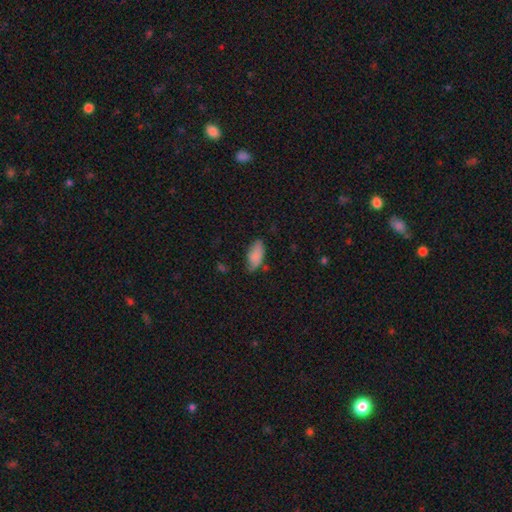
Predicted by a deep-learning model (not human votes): A smooth galaxy with no disk features (85%) that is in between round and cigar-shaped (90%).

Vote fractions:
- Smooth or featured? smooth: 85% / featured or disk: 8% / star or artifact: 7%
- How rounded? in between: 90% / cigar-shaped: 7% / round: 2%
- Merging? none: 61% / minor disturbance: 30% / major disturbance: 6% / merger: 3%